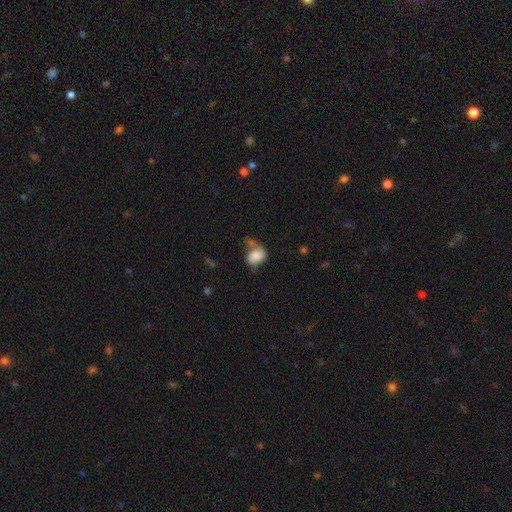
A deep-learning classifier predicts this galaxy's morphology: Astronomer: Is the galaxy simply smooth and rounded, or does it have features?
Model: smooth — 78%.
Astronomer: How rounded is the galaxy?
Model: in between — 64%.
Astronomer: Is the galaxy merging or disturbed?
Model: none — 35% (runner-up: minor disturbance, 26%).